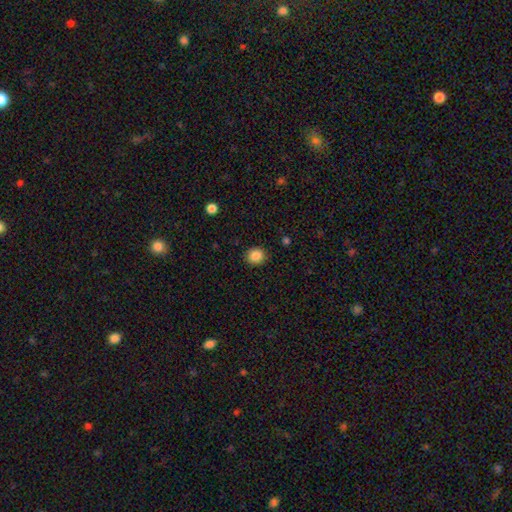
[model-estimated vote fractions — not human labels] smooth 86%, star or artifact 10%, featured or disk 4%. Down the decision tree: how rounded — round (84%); merging — none (91%).